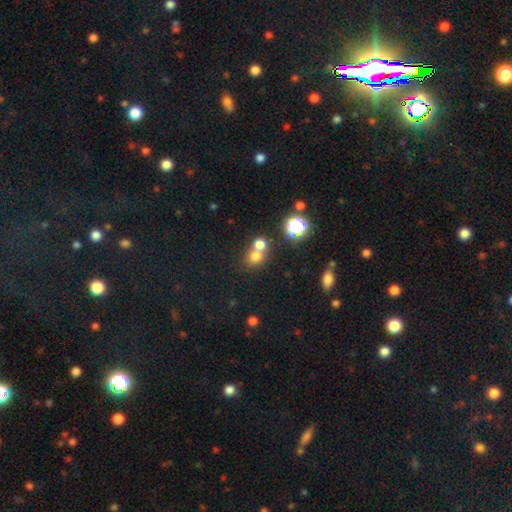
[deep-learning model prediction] Smooth or featured? smooth (70%)
How rounded? round (77%)
Merging? merger (46%)